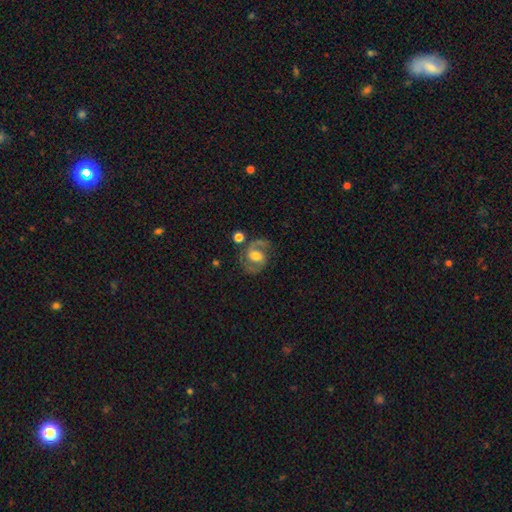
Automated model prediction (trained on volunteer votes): Overall: featured or disk (76%). Edge-on disk: no (97%). Bar: weak (44%; no 38%). Spiral arms: yes (90%). Spiral arm count: 2 (88%). Spiral winding: medium (57%; loose 22%). Bulge size: moderate (64%). Merging: none (69%).